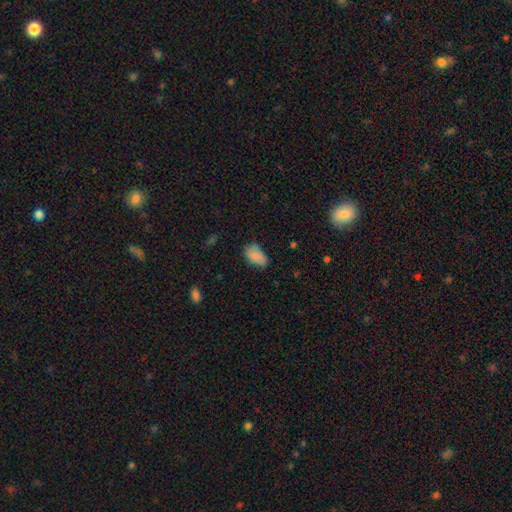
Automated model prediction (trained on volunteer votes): Q: Smooth or featured?
A: smooth (86%); runner-up: star or artifact (8%)
Q: How rounded?
A: in between (92%); runner-up: round (6%)
Q: Merging?
A: none (63%); runner-up: minor disturbance (30%)